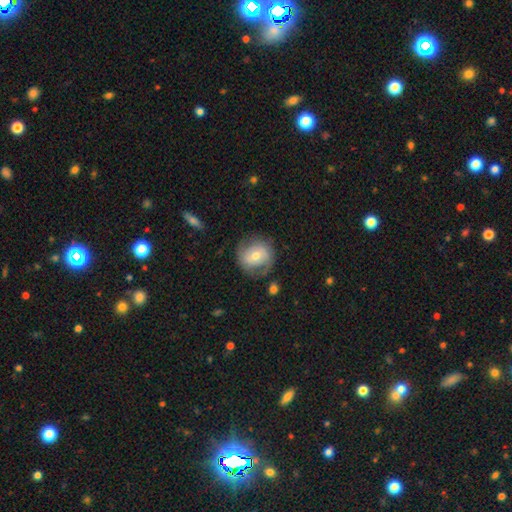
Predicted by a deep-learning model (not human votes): Morphology: type=featured or disk (48%); merging=none (71%).